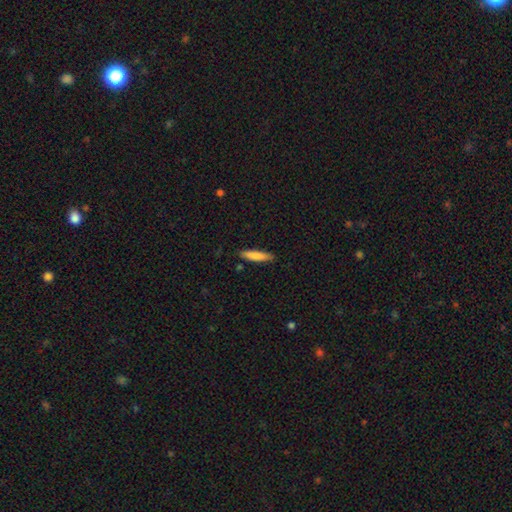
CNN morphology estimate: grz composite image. It shows a smooth galaxy with no disk features (81%) that is cigar-shaped (83%). Merging: none (85%).